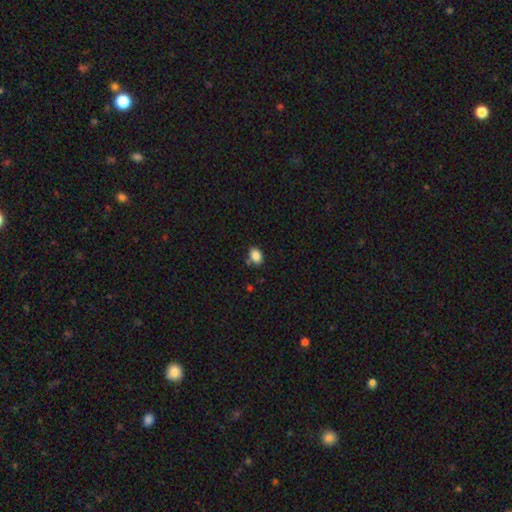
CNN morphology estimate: A smooth galaxy with no disk features (87%) that is in between round and cigar-shaped (80%). Merging: none (77%).